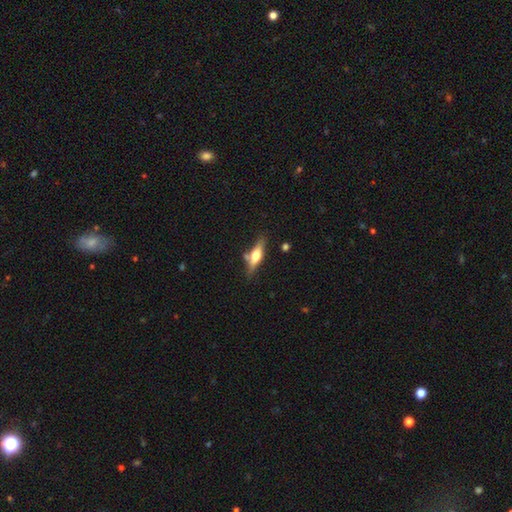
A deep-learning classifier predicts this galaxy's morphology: The model was most divided on "smooth or featured": featured or disk: 54%, smooth: 40%, star or artifact: 6%. More confident: edge-on disk — yes (92%); merging — none (72%).